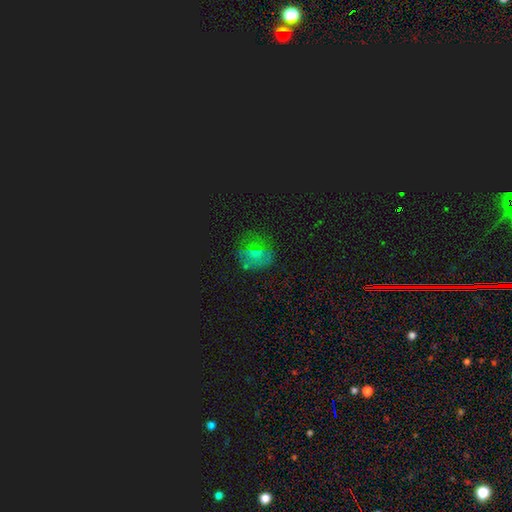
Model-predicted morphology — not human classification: A star or artifact, not a galaxy (44%).